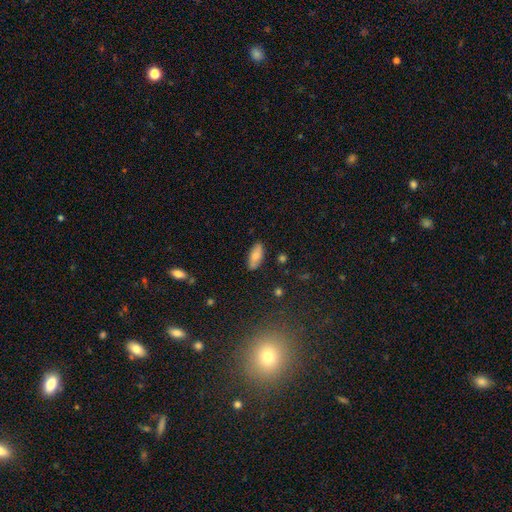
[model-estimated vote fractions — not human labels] smooth_or_featured: smooth (p=0.73) [alt: featured or disk p=0.20]
how_rounded: in between (p=0.85) [alt: cigar-shaped p=0.12]
merging: none (p=0.84) [alt: minor disturbance p=0.12]